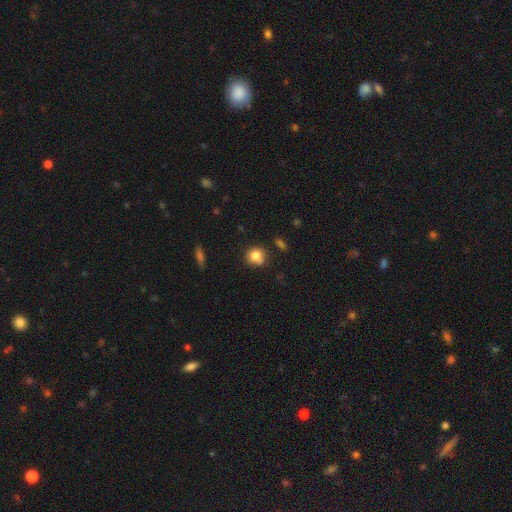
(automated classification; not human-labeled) smooth 80%, star or artifact 10%, featured or disk 10%. Down the decision tree: how rounded — round (80%); merging — none (62%).